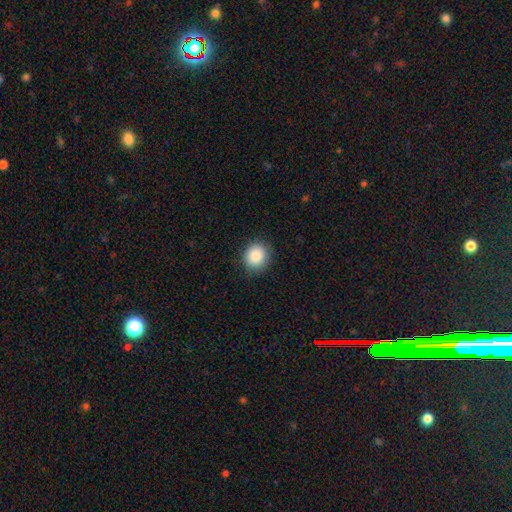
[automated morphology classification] smooth 87%, star or artifact 9%, featured or disk 4%. Down the decision tree: how rounded — round (78%); merging — none (86%).